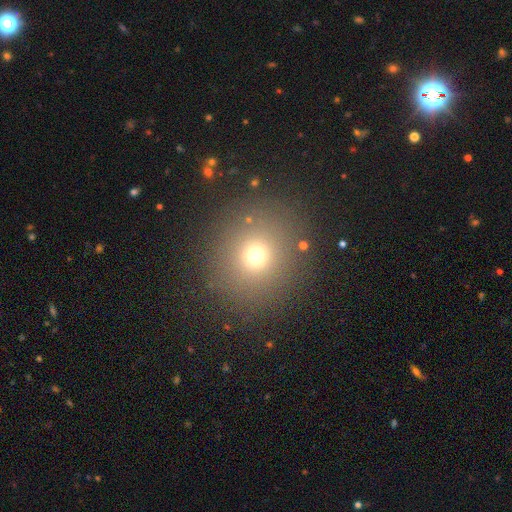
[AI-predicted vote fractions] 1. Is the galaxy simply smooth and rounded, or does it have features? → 68% smooth, 22% star or artifact, 10% featured or disk.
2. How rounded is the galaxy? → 90% round, 9% in between, 1% cigar-shaped.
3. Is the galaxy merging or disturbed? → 86% none, 7% minor disturbance, 4% major disturbance, 2% merger.